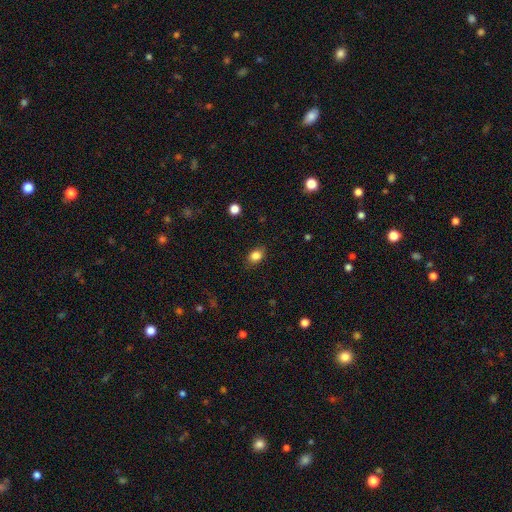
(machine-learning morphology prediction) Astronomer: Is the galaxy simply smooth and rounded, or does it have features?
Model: smooth — 85%.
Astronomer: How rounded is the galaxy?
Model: in between — 64%.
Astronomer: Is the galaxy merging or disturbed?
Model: none — 84%.